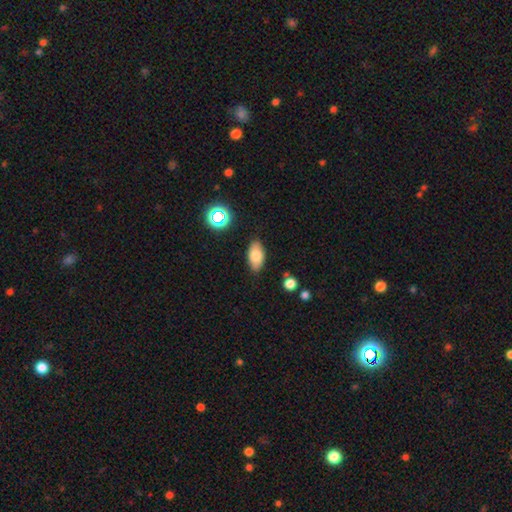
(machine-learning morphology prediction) type=smooth (78%); roundness=in between (92%); merging=none (83%).